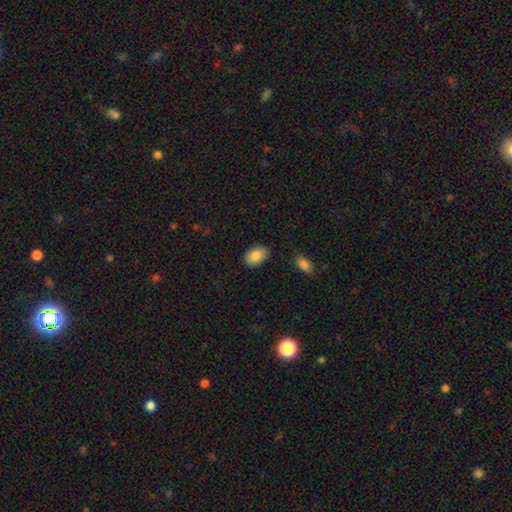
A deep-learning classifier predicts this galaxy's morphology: smooth 87%, featured or disk 7%, star or artifact 6%. Down the decision tree: how rounded — in between (88%); merging — none (85%).